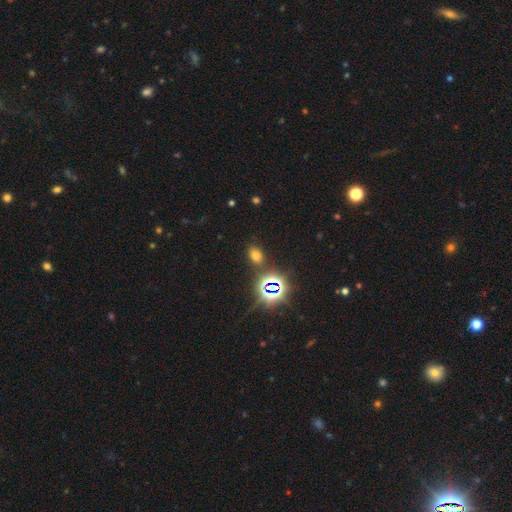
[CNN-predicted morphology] Smooth or featured? Predicted: smooth (p=0.58). How rounded? Predicted: in between (p=0.74). Merging? Predicted: none (p=0.81).